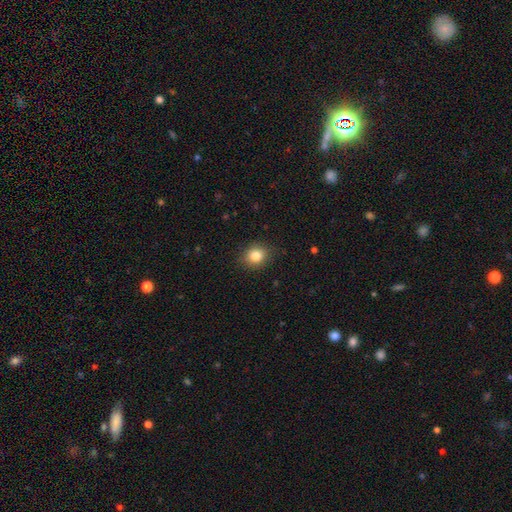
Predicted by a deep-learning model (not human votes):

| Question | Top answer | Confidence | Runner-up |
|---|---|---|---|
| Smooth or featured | smooth | 84% | star or artifact (10%) |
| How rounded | round | 68% | in between (32%) |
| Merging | none | 88% | minor disturbance (9%) |